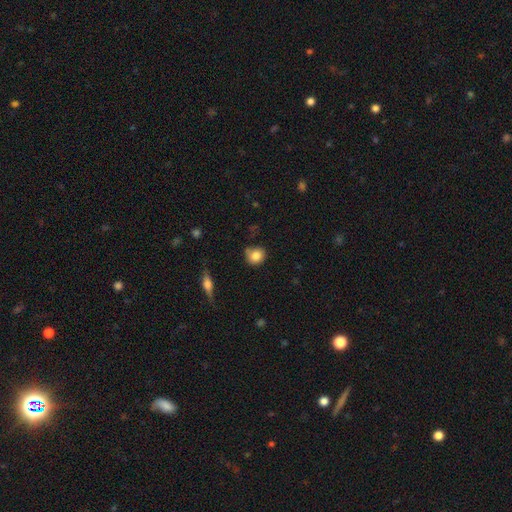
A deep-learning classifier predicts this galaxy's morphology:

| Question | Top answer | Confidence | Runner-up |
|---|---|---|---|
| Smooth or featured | smooth | 83% | star or artifact (9%) |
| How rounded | round | 81% | in between (18%) |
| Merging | none | 65% | minor disturbance (26%) |